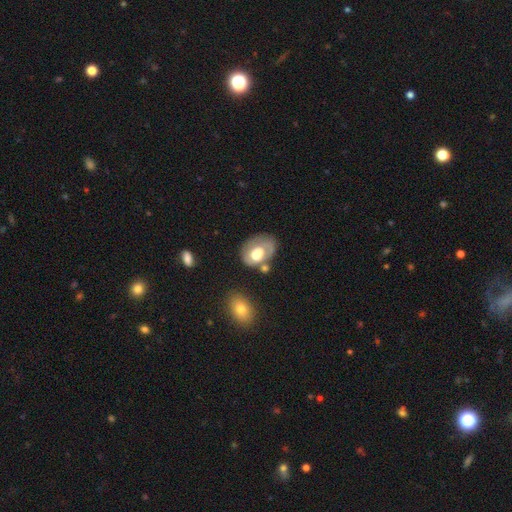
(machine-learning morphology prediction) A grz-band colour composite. It shows a smooth galaxy with no disk features (48%). Merging: none (46%).